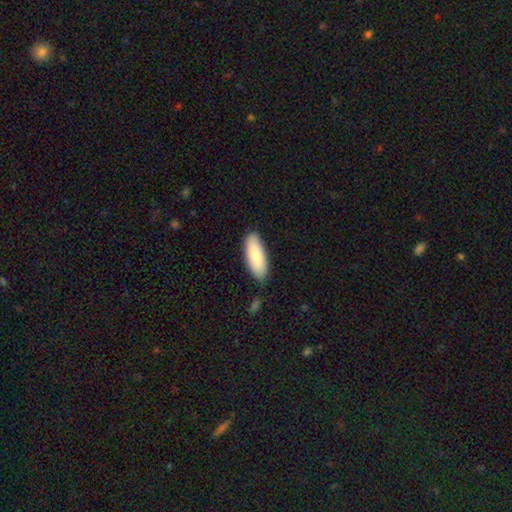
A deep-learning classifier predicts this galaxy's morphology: Smooth or featured? smooth (79%)
How rounded? in between (75%)
Merging? none (82%)